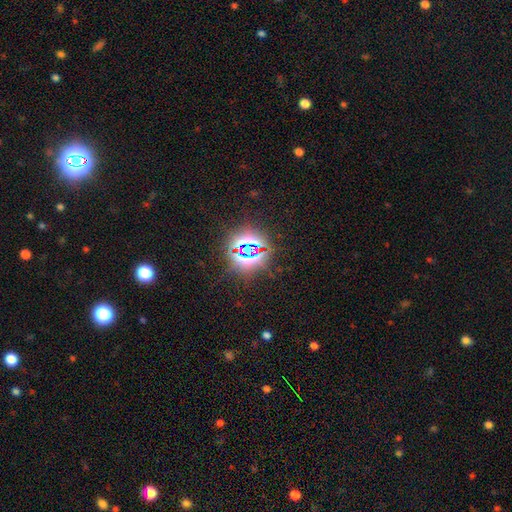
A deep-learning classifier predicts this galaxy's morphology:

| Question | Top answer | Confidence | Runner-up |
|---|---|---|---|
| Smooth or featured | star or artifact | 80% | smooth (12%) |